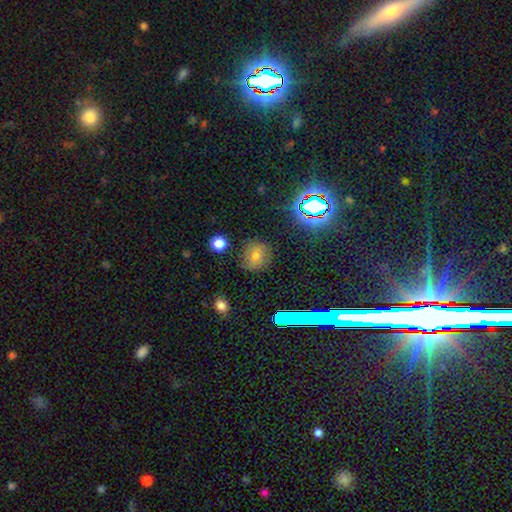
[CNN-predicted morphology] smooth 67%, star or artifact 20%, featured or disk 13%. Down the decision tree: how rounded — round (77%); merging — none (78%).